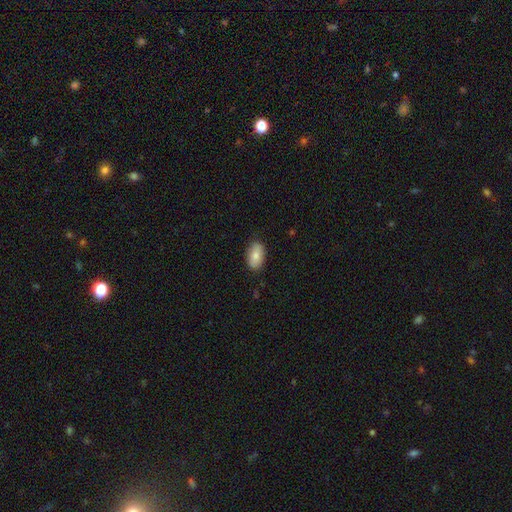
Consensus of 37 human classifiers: Smooth or featured? 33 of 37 (89%) said smooth. How rounded? 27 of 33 (82%) said in between. Merging? 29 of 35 (83%) said none.